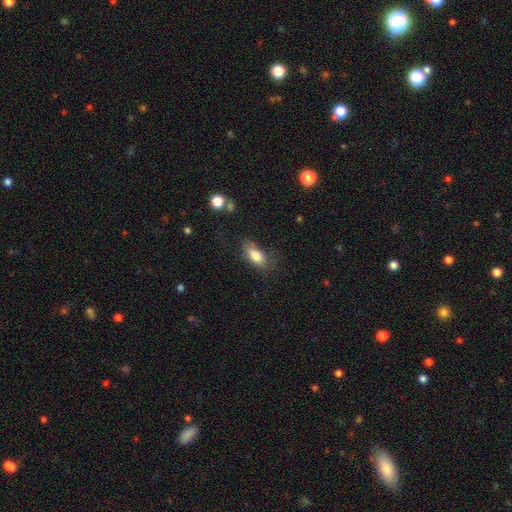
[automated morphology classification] Overall: smooth (82%). How rounded: in between (86%). Merging: none (57%; minor disturbance 26%).